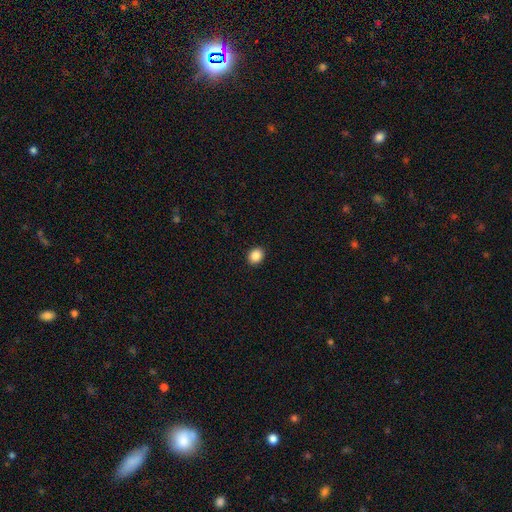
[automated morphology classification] Smooth or featured?
  - smooth: 87% *
  - star or artifact: 9%
  - featured or disk: 4%
How rounded?
  - round: 53% *
  - in between: 46%
  - cigar-shaped: 1%
Merging?
  - none: 92% *
  - minor disturbance: 6%
  - major disturbance: 2%
  - merger: 1%